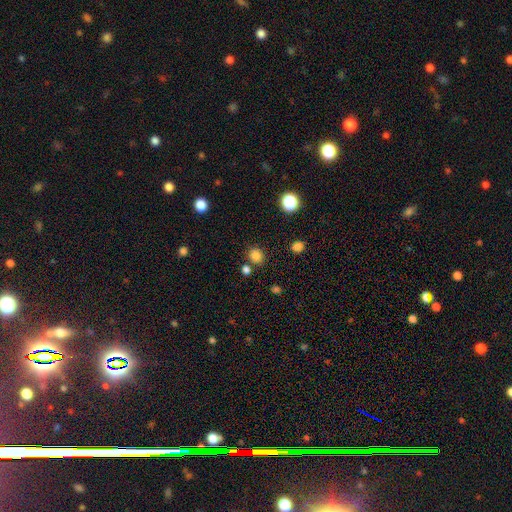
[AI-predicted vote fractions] A smooth galaxy with no disk features (82%) that is round (79%). Merging: none (80%).